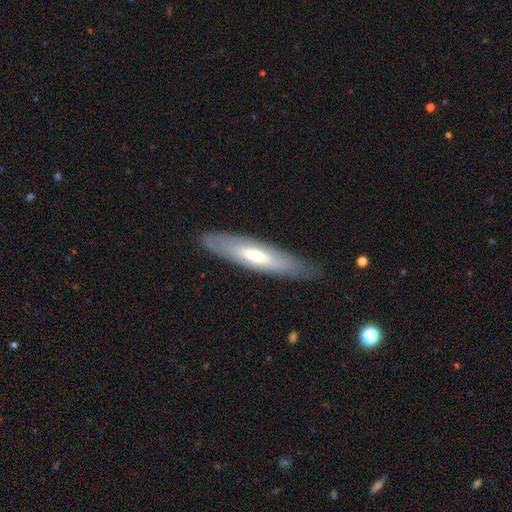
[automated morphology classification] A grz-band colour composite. It shows a featured or disk galaxy (49%). Merging: none (82%).